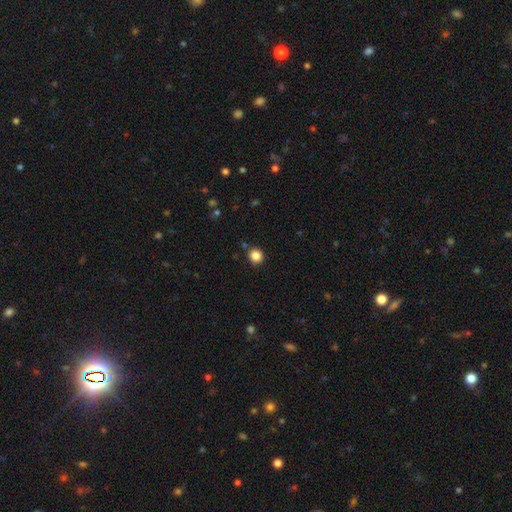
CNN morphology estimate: Smooth or featured?
  - smooth: 85% *
  - star or artifact: 11%
  - featured or disk: 4%
How rounded?
  - round: 90% *
  - in between: 9%
  - cigar-shaped: 1%
Merging?
  - none: 87% *
  - minor disturbance: 8%
  - merger: 3%
  - major disturbance: 2%